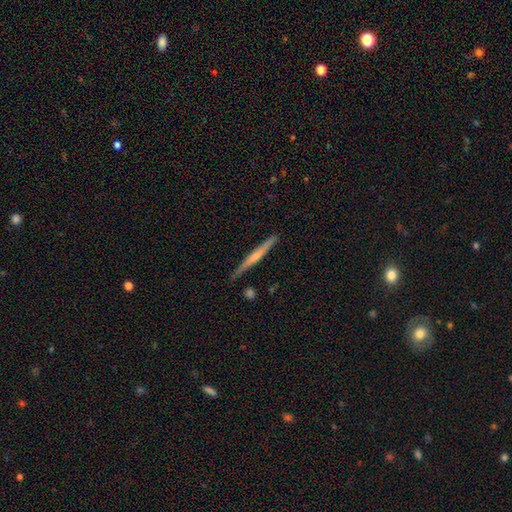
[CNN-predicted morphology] A featured or disk galaxy (57%) viewed edge-on (97%) with a rounded central bulge (46%). Merging: none (86%).